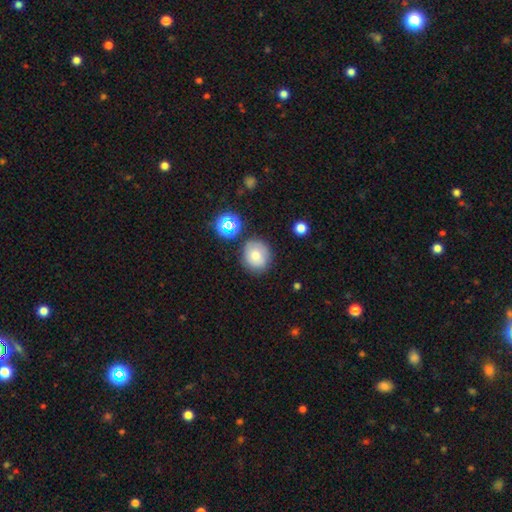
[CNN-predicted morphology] type=smooth (73%); roundness=round (78%); merging=none (77%).